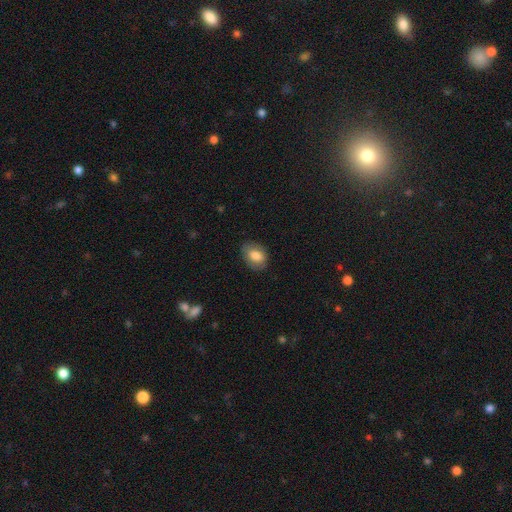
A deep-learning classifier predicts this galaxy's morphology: The model was most divided on "how rounded": in between: 82%, round: 17%, cigar-shaped: 1%. More confident: merging — none (82%); smooth or featured — smooth (80%).